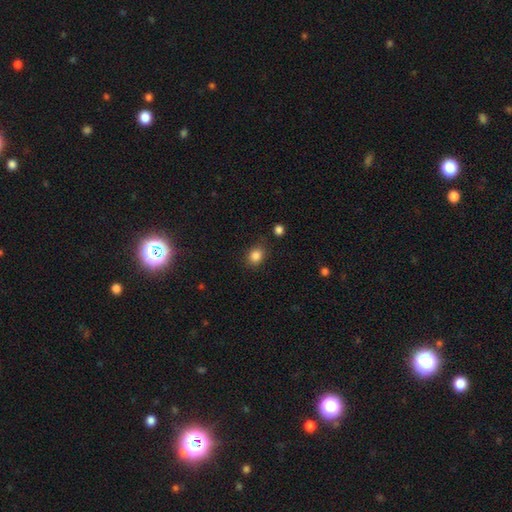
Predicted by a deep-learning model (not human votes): Overall: smooth (85%). How rounded: round (59%; in between 40%). Merging: none (79%).